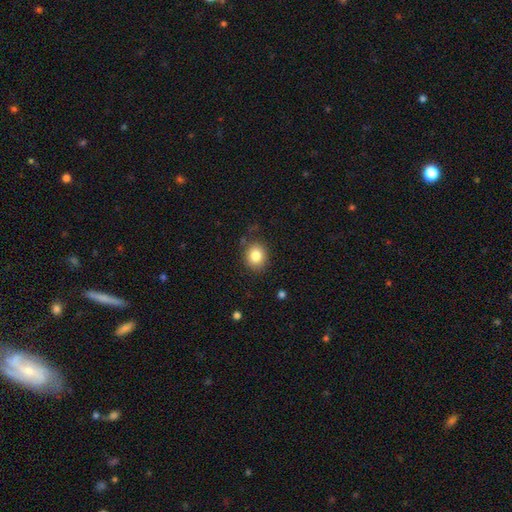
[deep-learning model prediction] Smooth or featured?
  - smooth: 83% *
  - star or artifact: 10%
  - featured or disk: 7%
How rounded?
  - round: 65% *
  - in between: 34%
  - cigar-shaped: 1%
Merging?
  - none: 82% *
  - minor disturbance: 12%
  - major disturbance: 4%
  - merger: 2%